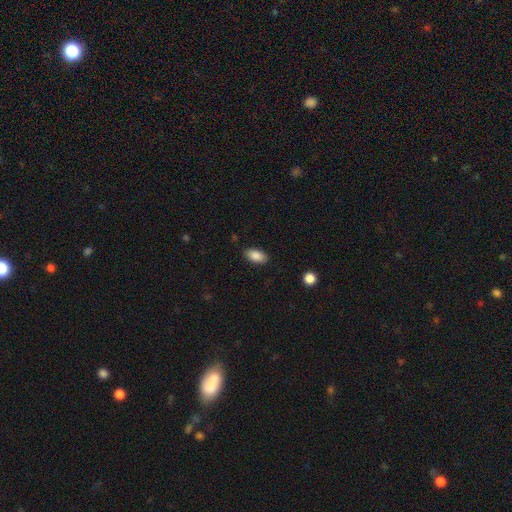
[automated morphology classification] Smooth or featured: smooth — 87% (star or artifact — 8%)
How rounded: in between — 93% (round — 4%)
Merging: none — 86% (minor disturbance — 11%)